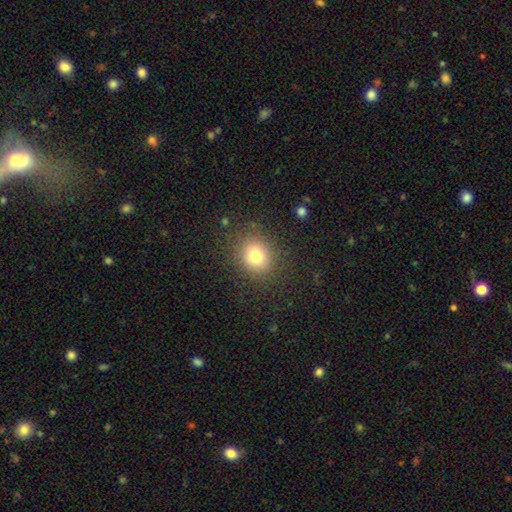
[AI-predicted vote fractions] Morphology: type=smooth (77%); roundness=round (80%); merging=none (86%).